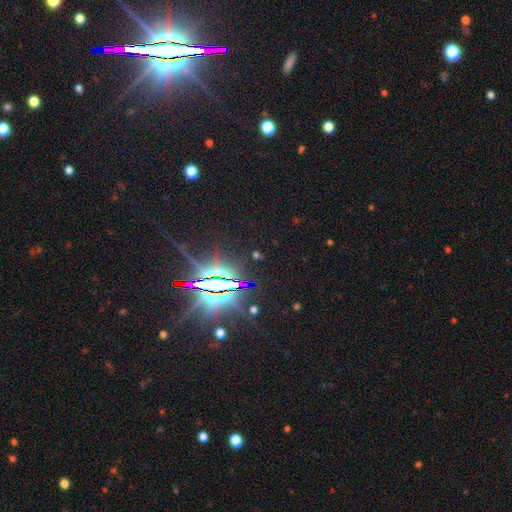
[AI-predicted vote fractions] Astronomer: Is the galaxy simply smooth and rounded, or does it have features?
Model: star or artifact — 83%.